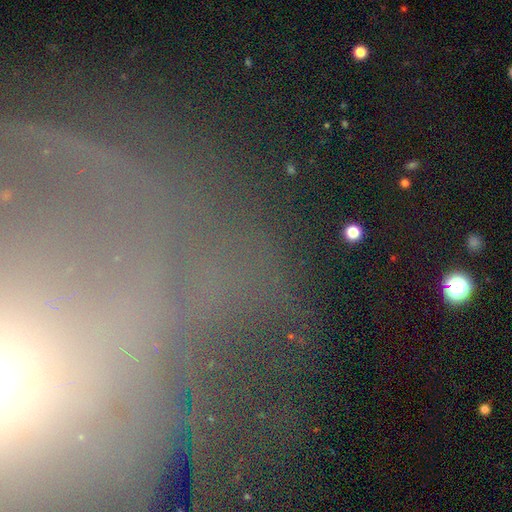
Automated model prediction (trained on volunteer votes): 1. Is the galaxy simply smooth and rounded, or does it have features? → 55% star or artifact, 27% featured or disk, 18% smooth.